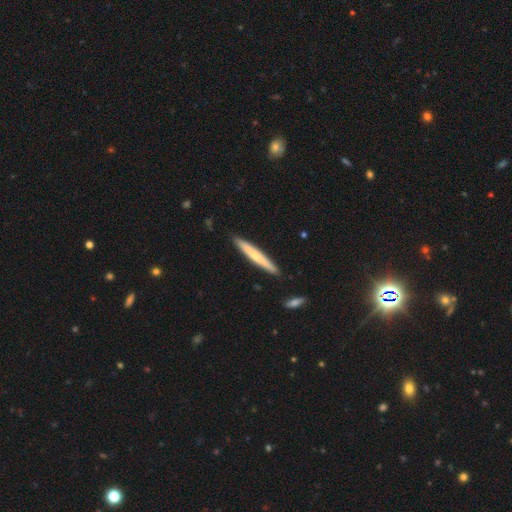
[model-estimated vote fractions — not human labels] smooth-or-featured: smooth: 55% | featured or disk: 40% | star or artifact: 5%
  how-rounded: cigar-shaped: 96% | in between: 3% | round: 1%
  merging: none: 90% | minor disturbance: 7% | merger: 2% | major disturbance: 1%